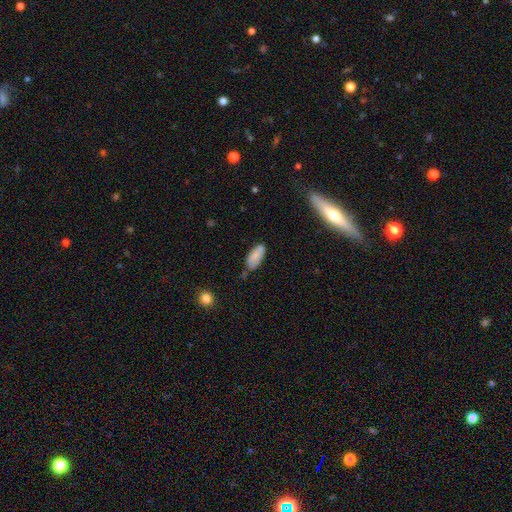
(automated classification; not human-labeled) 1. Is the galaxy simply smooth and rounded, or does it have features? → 83% smooth, 10% featured or disk, 7% star or artifact.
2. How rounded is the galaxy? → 88% in between, 11% cigar-shaped, 2% round.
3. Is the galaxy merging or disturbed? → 64% none, 25% minor disturbance, 6% merger, 5% major disturbance.